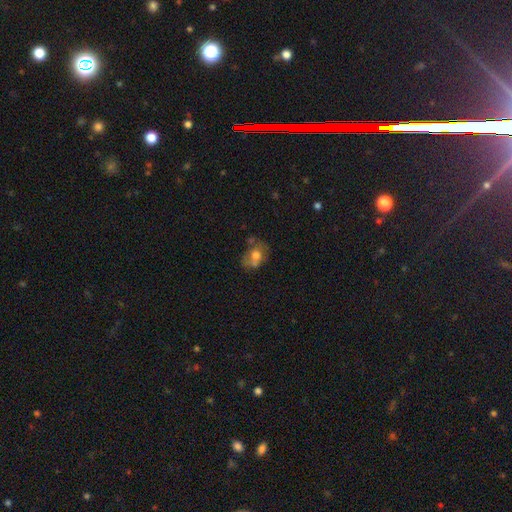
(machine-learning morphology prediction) Smooth or featured: smooth — 58% (featured or disk — 31%)
How rounded: in between — 56% (round — 43%)
Merging: none — 37% (merger — 30%)